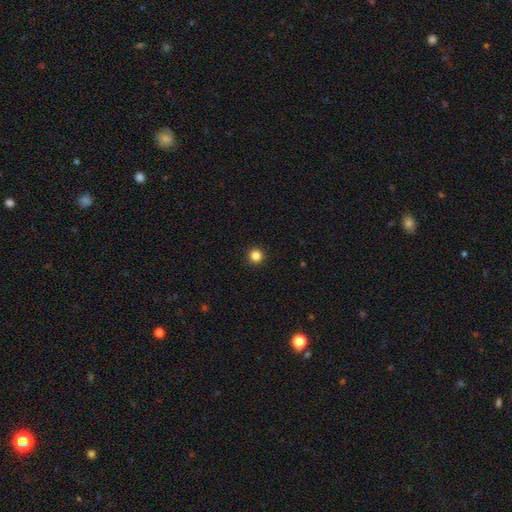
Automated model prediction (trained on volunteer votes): smooth_or_featured: smooth (p=0.84) [alt: star or artifact p=0.12]
how_rounded: round (p=0.95) [alt: in between p=0.04]
merging: none (p=0.93) [alt: minor disturbance p=0.04]